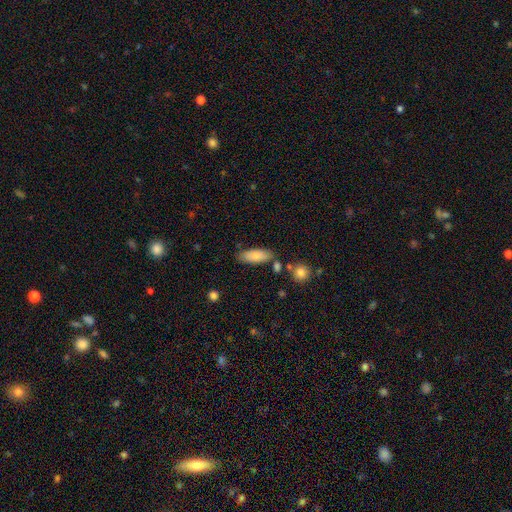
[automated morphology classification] This appears to be a smooth galaxy with no disk features (82%) that is in between round and cigar-shaped (77%). Merging: none (75%).